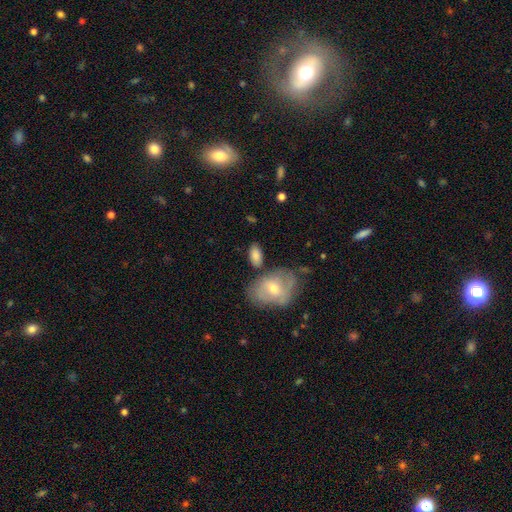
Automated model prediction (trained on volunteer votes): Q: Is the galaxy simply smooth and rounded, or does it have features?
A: smooth — 77%.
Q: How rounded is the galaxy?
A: in between — 90%.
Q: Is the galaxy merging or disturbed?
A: none — 65%.